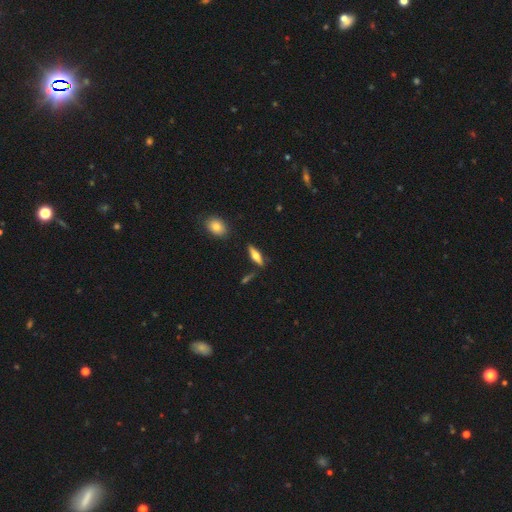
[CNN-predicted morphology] The model was most divided on "smooth or featured": featured or disk: 51%, smooth: 42%, star or artifact: 7%. More confident: edge-on disk — yes (93%); merging — none (82%).